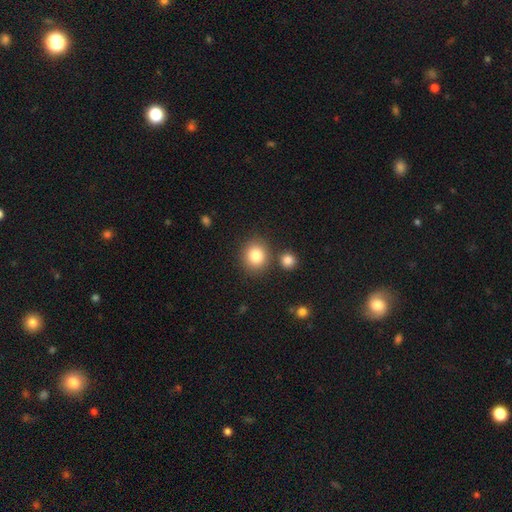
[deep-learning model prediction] Smooth or featured? smooth (83%)
How rounded? round (81%)
Merging? none (78%)